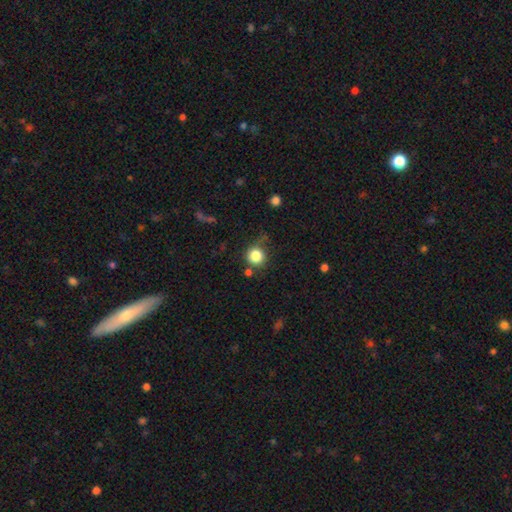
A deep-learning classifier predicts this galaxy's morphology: This appears to be a smooth galaxy with no disk features (83%) that is round (92%). Merging: none (69%).